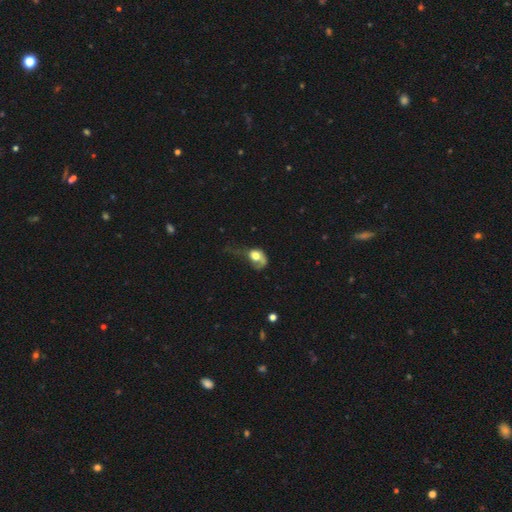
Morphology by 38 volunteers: Smooth or featured? smooth (61%)
How rounded? in between (61%)
Merging? major disturbance (53%)